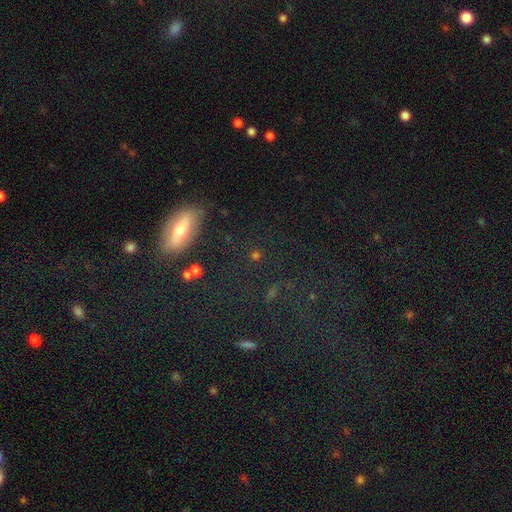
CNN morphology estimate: Smooth or featured: smooth — 48% (star or artifact — 35%)
Merging: none — 77% (minor disturbance — 12%)